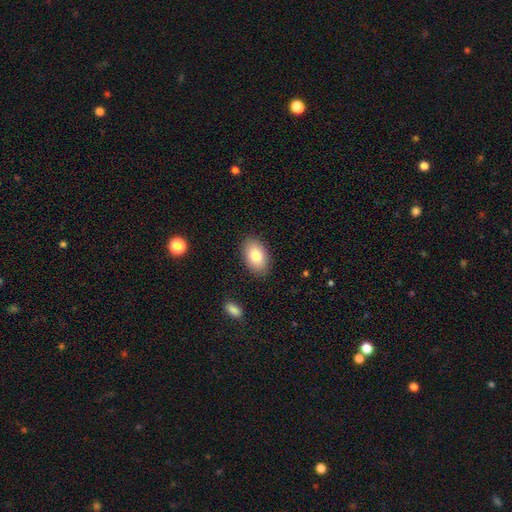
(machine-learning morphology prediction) type=smooth (82%); roundness=in between (90%); merging=none (87%).